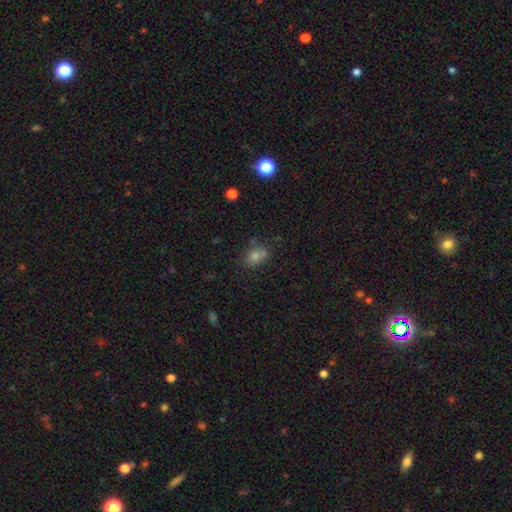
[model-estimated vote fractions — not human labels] Smooth or featured: smooth — 69% (star or artifact — 21%)
How rounded: in between — 65% (round — 33%)
Merging: none — 66% (minor disturbance — 17%)